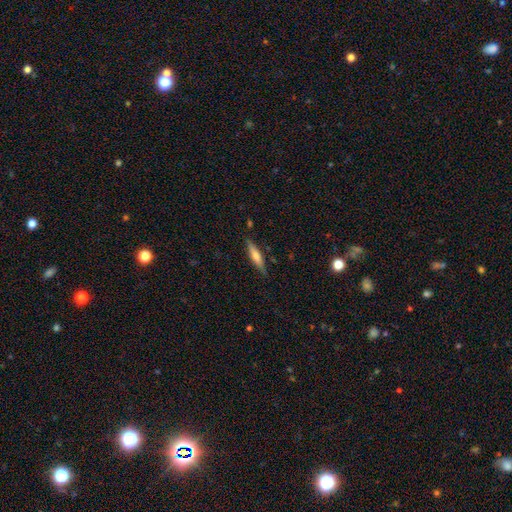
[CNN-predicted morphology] Smooth or featured? Predicted: smooth (p=0.54). How rounded? Predicted: cigar-shaped (p=0.80). Merging? Predicted: none (p=0.84).